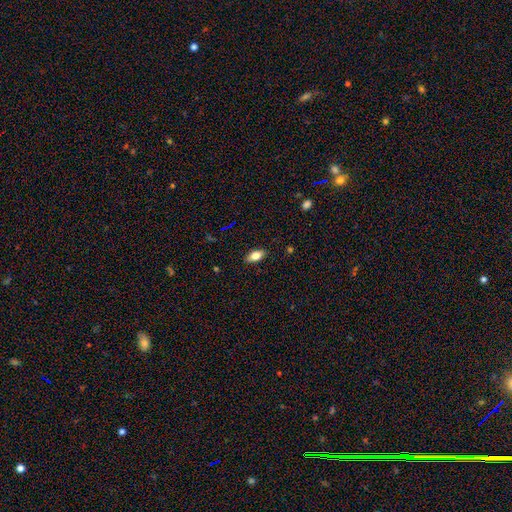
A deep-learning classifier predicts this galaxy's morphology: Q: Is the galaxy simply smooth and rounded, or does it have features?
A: smooth — 76%.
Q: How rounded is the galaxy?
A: in between — 88%.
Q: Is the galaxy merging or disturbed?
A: none — 87%.